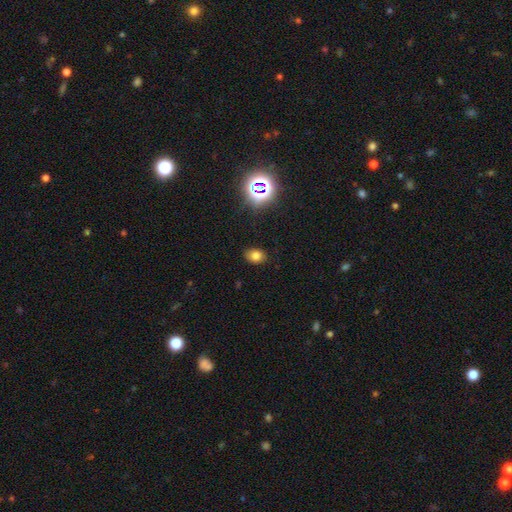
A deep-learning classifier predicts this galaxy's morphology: This is likely a smooth galaxy (74%). How rounded: likely in between (71%). Merging: clearly none (85%).